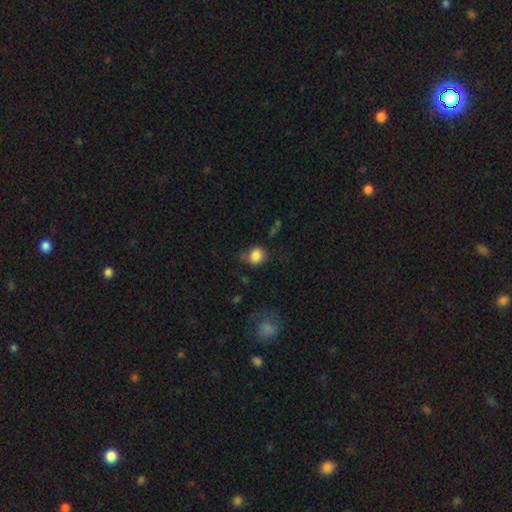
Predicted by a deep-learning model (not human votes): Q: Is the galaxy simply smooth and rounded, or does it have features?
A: smooth — 83%.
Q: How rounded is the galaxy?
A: round — 64%.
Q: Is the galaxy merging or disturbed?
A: none — 56%.